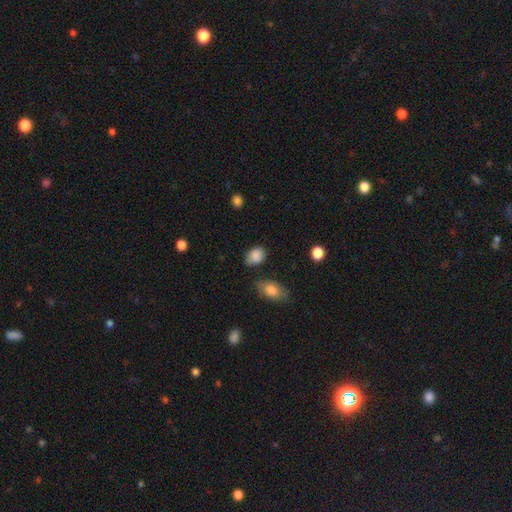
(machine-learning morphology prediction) smooth-or-featured: smooth: 86% | star or artifact: 8% | featured or disk: 5%
  how-rounded: in between: 72% | round: 26% | cigar-shaped: 1%
  merging: none: 69% | minor disturbance: 22% | major disturbance: 5% | merger: 4%